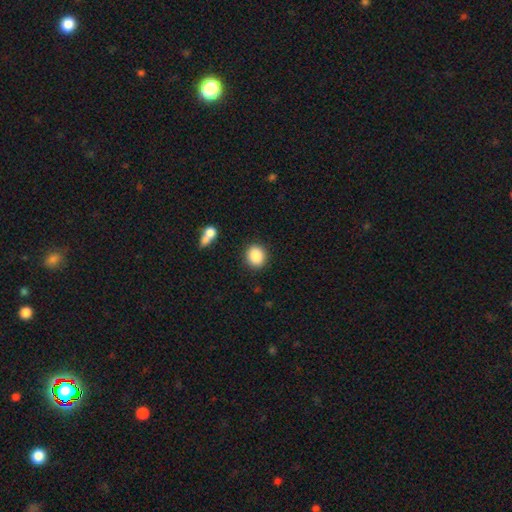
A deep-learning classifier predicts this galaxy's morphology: A smooth galaxy with no disk features (87%) that is round (76%).

Vote fractions:
- Smooth or featured? smooth: 87% / star or artifact: 8% / featured or disk: 4%
- How rounded? round: 76% / in between: 22% / cigar-shaped: 1%
- Merging? none: 88% / minor disturbance: 7% / major disturbance: 2% / merger: 2%